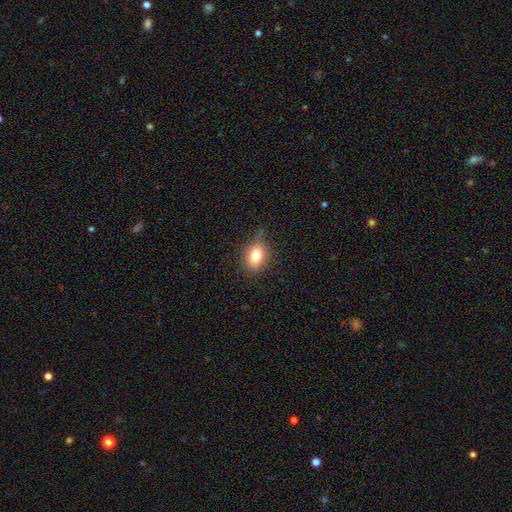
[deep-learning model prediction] Smooth or featured? Predicted: smooth (p=0.78). How rounded? Predicted: in between (p=0.59). Merging? Predicted: none (p=0.74).